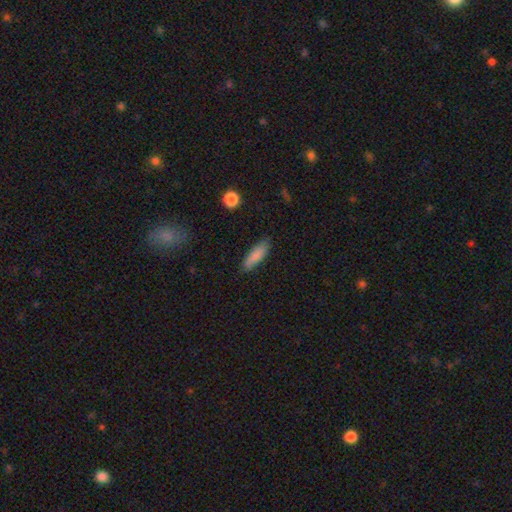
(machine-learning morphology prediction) This is clearly a smooth galaxy (84%). How rounded: possibly cigar-shaped (55%). Merging: clearly none (82%).